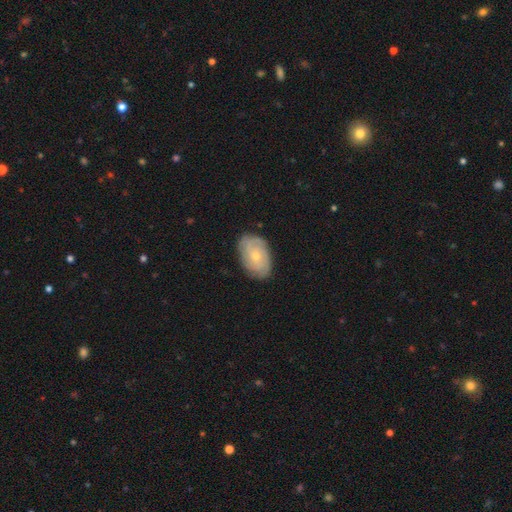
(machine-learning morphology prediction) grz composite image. It shows a featured or disk galaxy (65%) with no bar (78%), tight (67%) spiral arms (85%) and a small central bulge (57%). Merging: none (80%).